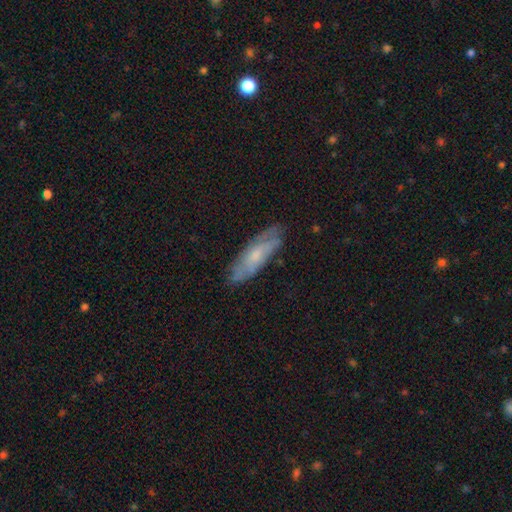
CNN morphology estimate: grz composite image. It shows a featured or disk galaxy (52%). Merging: none (76%).